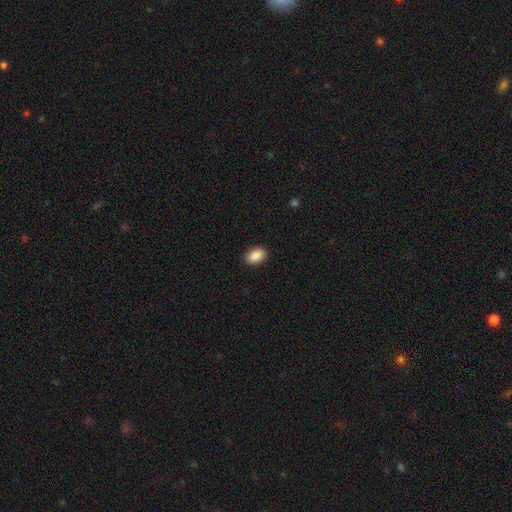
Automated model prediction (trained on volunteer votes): Overall: smooth (90%). How rounded: in between (87%). Merging: none (90%).